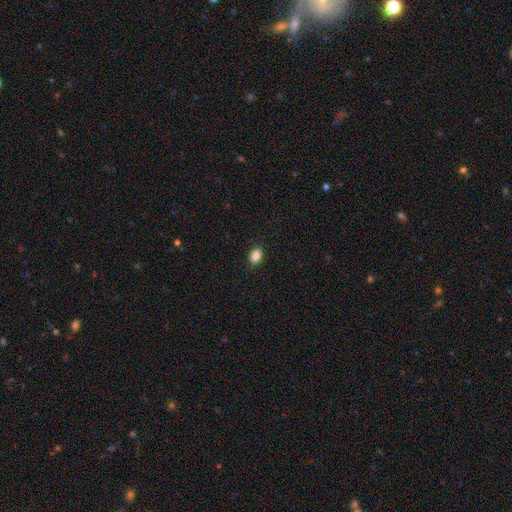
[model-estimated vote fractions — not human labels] smooth 87%, star or artifact 9%, featured or disk 4%. Down the decision tree: how rounded — in between (79%); merging — none (90%).